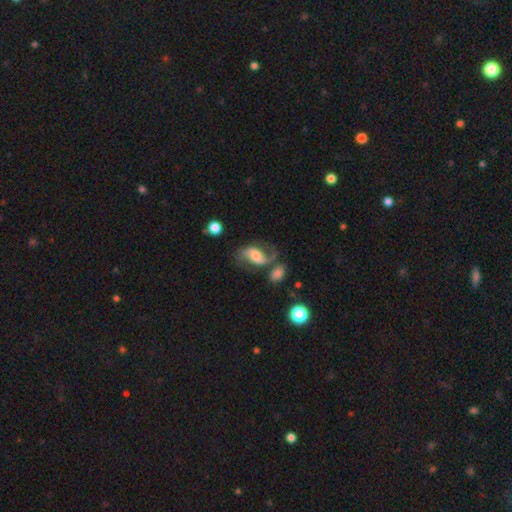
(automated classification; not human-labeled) Smooth or featured? Predicted: featured or disk (p=0.76). Edge-on disk? Predicted: no (p=0.96). Bar? Predicted: weak (p=0.40). Spiral arms? Predicted: yes (p=0.93). Spiral winding? Predicted: loose (p=0.62). Spiral arm count? Predicted: 2 (p=0.89). Bulge size? Predicted: moderate (p=0.49). Merging? Predicted: none (p=0.55).